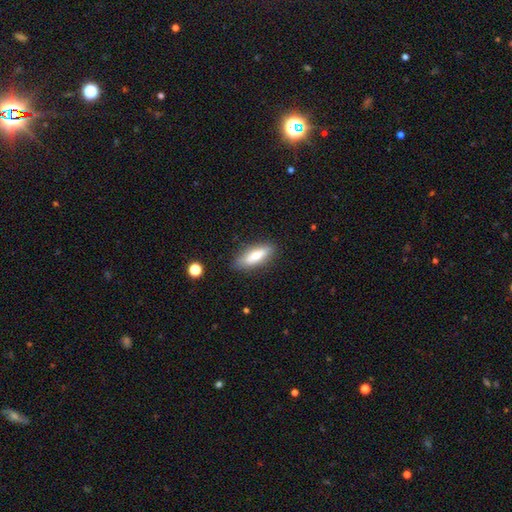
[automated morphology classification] Smooth or featured?
  - smooth: 68% *
  - featured or disk: 25%
  - star or artifact: 7%
How rounded?
  - in between: 59% *
  - cigar-shaped: 38%
  - round: 2%
Merging?
  - none: 83% *
  - minor disturbance: 12%
  - major disturbance: 3%
  - merger: 2%